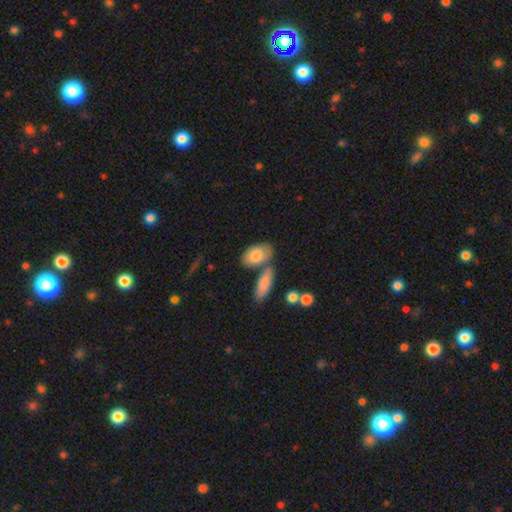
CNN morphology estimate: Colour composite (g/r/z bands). It shows a smooth galaxy with no disk features (79%) that is in between round and cigar-shaped (90%). Merging: none (53%).